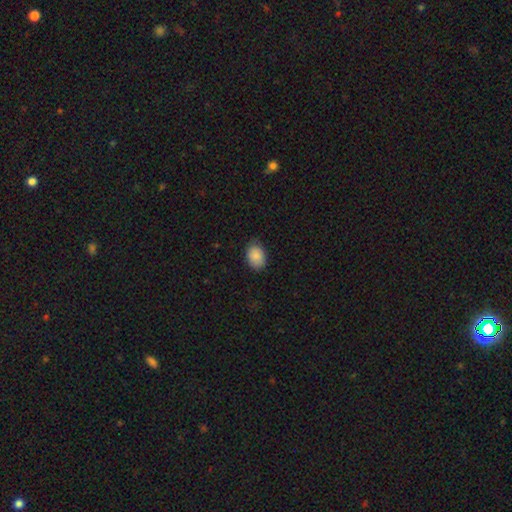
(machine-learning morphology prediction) This appears to be a smooth galaxy with no disk features (89%) that is in between round and cigar-shaped (74%). Merging: none (77%).